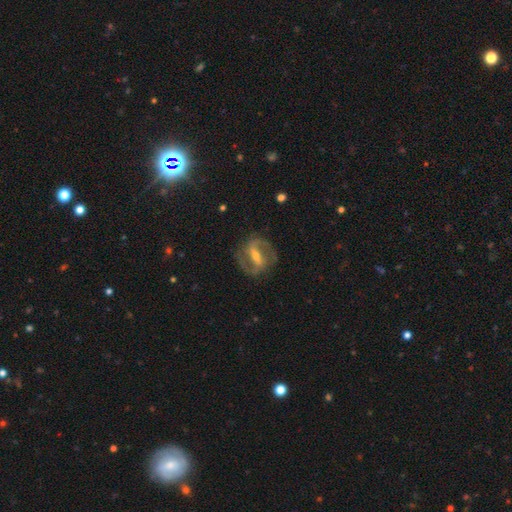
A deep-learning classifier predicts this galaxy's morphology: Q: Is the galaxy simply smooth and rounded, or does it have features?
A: featured or disk — 86%.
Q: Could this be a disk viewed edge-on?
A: no — 94%.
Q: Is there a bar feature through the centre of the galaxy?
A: strong — 63%.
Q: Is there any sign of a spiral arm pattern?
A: yes — 90%.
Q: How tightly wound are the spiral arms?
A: medium — 53%.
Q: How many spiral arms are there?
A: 2 — 90%.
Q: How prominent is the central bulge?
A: moderate — 47%.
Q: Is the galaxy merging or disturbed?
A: none — 81%.